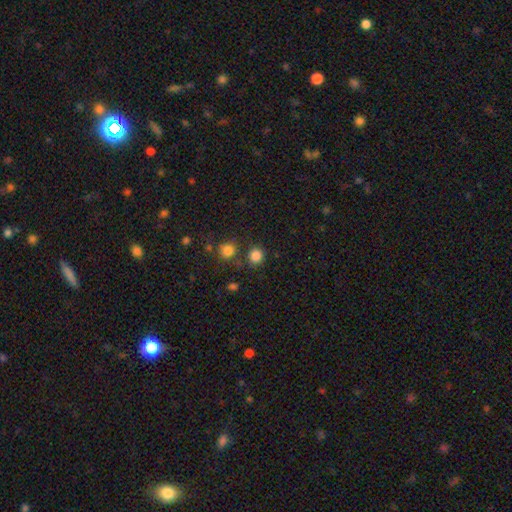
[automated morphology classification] This is clearly a smooth galaxy (83%). How rounded: clearly round (87%). Merging: likely none (78%).